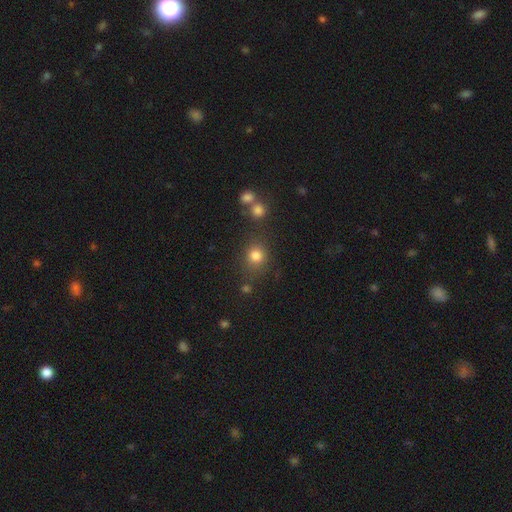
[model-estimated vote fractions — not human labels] The model was most divided on "how rounded": round: 82%, in between: 17%, cigar-shaped: 1%. More confident: smooth or featured — smooth (80%); merging — none (76%).